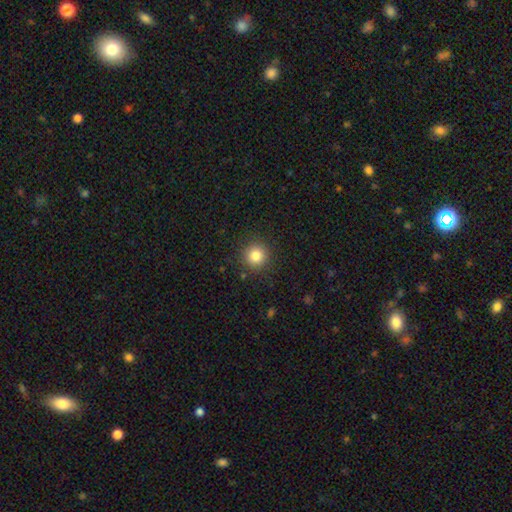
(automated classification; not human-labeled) Smooth or featured? smooth (83%)
How rounded? round (94%)
Merging? none (90%)